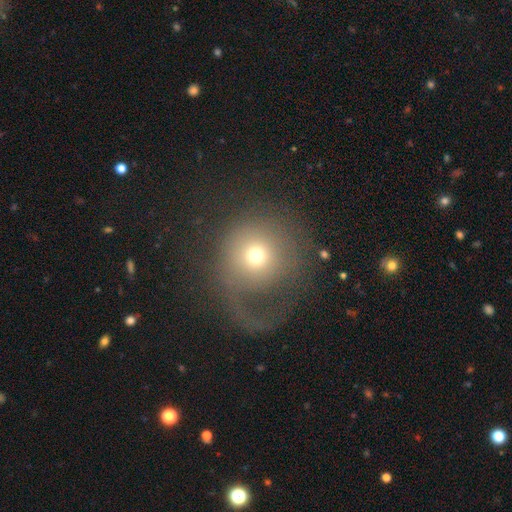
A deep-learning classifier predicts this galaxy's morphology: Q: Smooth or featured?
A: smooth (60%); runner-up: featured or disk (25%)
Q: How rounded?
A: round (92%); runner-up: in between (7%)
Q: Merging?
A: major disturbance (48%); runner-up: none (36%)